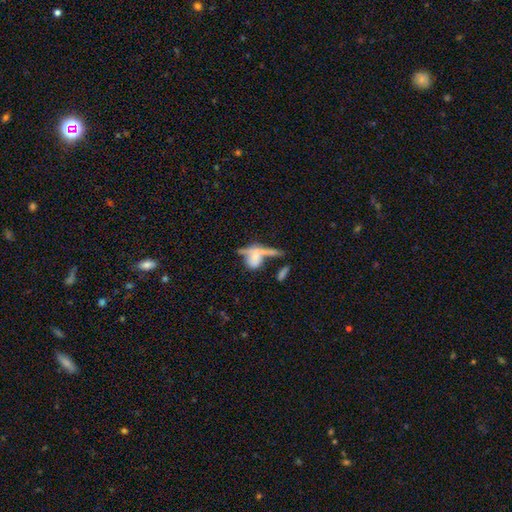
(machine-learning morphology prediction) This is possibly a smooth galaxy (49%). Merging: marginally merger (44%).